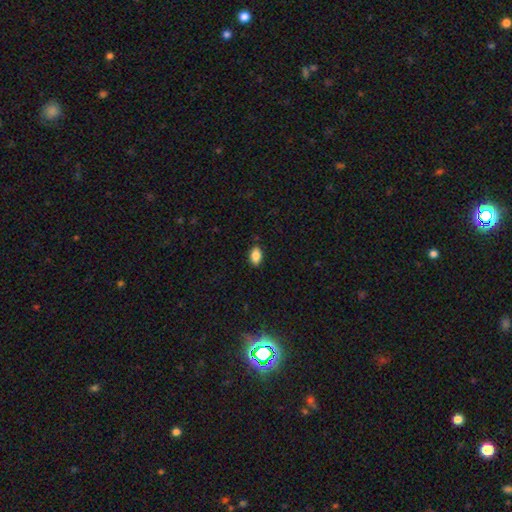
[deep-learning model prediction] smooth_or_featured: smooth (p=0.85) [alt: star or artifact p=0.09]
how_rounded: in between (p=0.90) [alt: round p=0.08]
merging: none (p=0.86) [alt: minor disturbance p=0.11]